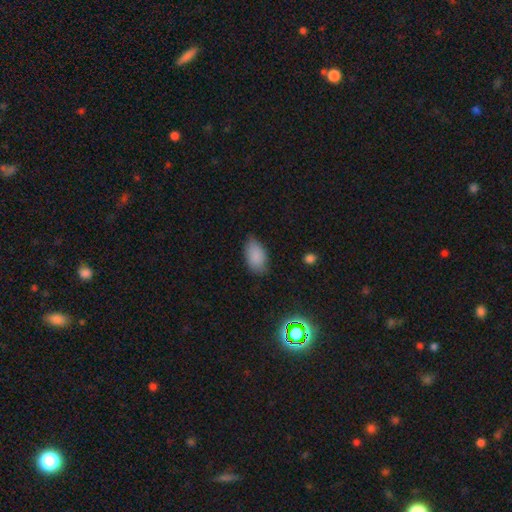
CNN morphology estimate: A smooth galaxy with no disk features (86%) that is in between round and cigar-shaped (94%).

Vote fractions:
- Smooth or featured? smooth: 86% / star or artifact: 8% / featured or disk: 6%
- How rounded? in between: 94% / round: 4% / cigar-shaped: 2%
- Merging? none: 74% / minor disturbance: 21% / major disturbance: 4% / merger: 1%